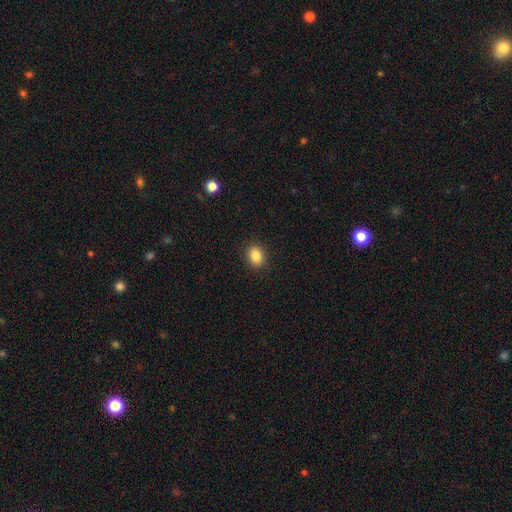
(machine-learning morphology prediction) Smooth or featured: smooth — 86% (star or artifact — 9%)
How rounded: in between — 68% (round — 31%)
Merging: none — 89% (minor disturbance — 8%)